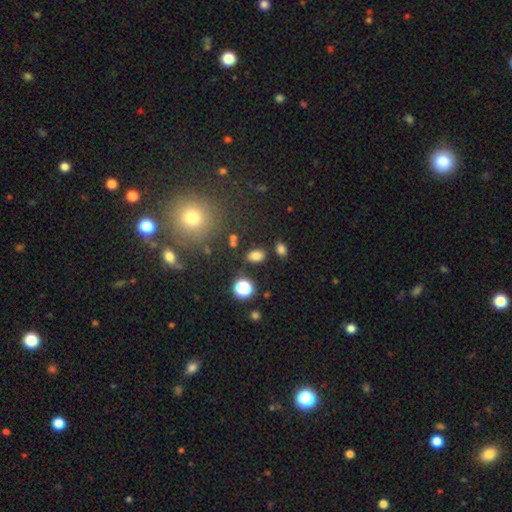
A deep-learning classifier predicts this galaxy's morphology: A smooth galaxy with no disk features (79%) that is in between round and cigar-shaped (82%).

Vote fractions:
- Smooth or featured? smooth: 79% / star or artifact: 15% / featured or disk: 6%
- How rounded? in between: 82% / round: 16% / cigar-shaped: 2%
- Merging? none: 81% / minor disturbance: 10% / merger: 6% / major disturbance: 3%